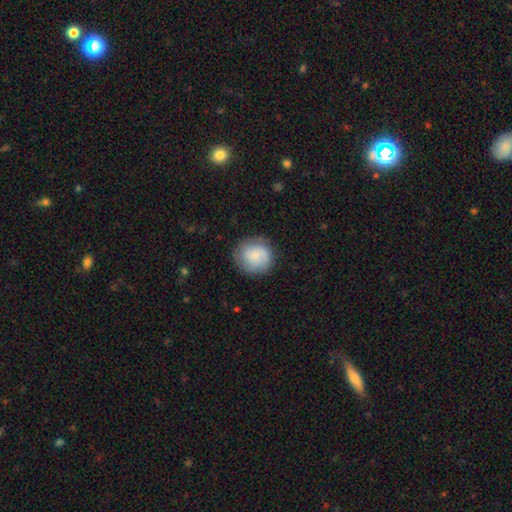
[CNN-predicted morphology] The model was most divided on "smooth or featured": smooth: 72%, featured or disk: 20%, star or artifact: 7%. More confident: how rounded — round (88%); merging — none (78%).